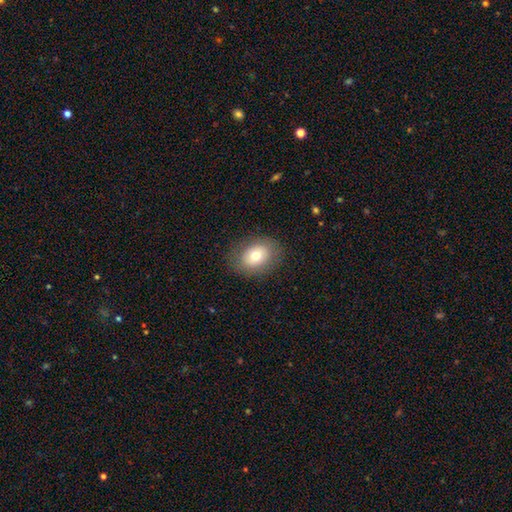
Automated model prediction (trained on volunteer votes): A smooth galaxy with no disk features (75%) that is in between round and cigar-shaped (71%). Merging: none (84%).